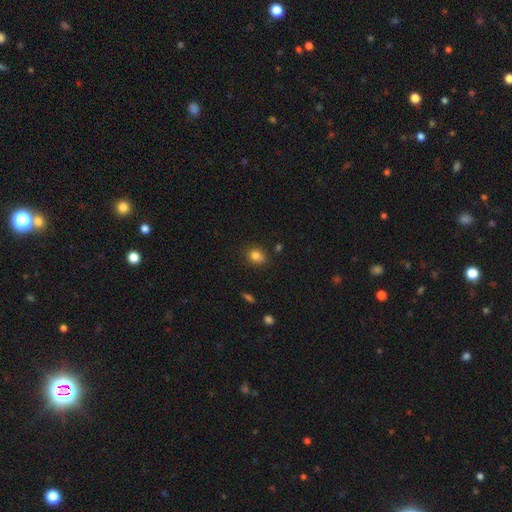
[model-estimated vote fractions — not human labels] A smooth galaxy with no disk features (82%) that is round (50%).

Vote fractions:
- Smooth or featured? smooth: 82% / star or artifact: 11% / featured or disk: 7%
- How rounded? round: 50% / in between: 49% / cigar-shaped: 2%
- Merging? none: 76% / minor disturbance: 17% / major disturbance: 3% / merger: 3%